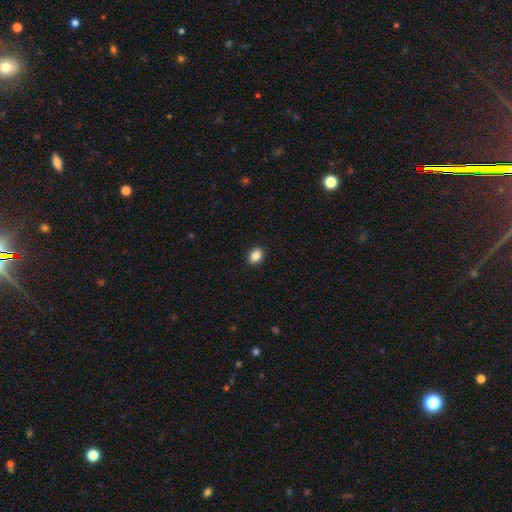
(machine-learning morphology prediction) Smooth or featured? Predicted: smooth (p=0.86). How rounded? Predicted: in between (p=0.63). Merging? Predicted: none (p=0.91).